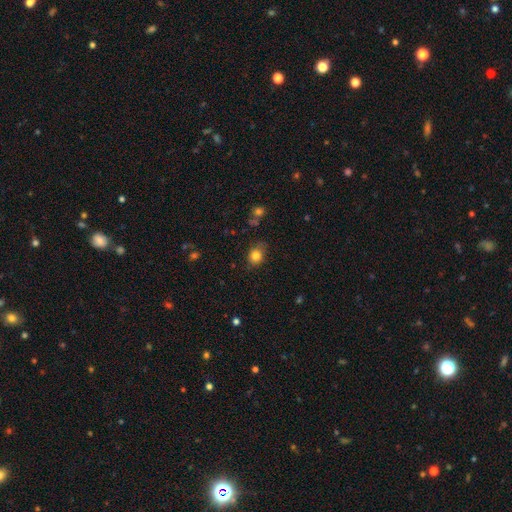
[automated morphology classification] Smooth or featured? Predicted: smooth (p=0.82). How rounded? Predicted: round (p=0.52). Merging? Predicted: none (p=0.73).